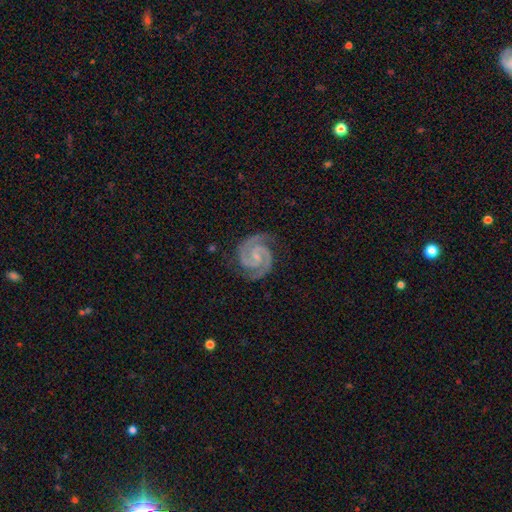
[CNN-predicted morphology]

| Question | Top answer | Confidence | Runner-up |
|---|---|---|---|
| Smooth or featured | featured or disk | 94% | star or artifact (3%) |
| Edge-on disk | no | 98% | yes (2%) |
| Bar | no | 45% | weak (40%) |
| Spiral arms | yes | 99% | no (1%) |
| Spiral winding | tight | 60% | medium (37%) |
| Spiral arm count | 2 | 93% | 3 (3%) |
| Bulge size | small | 60% | none (21%) |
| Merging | none | 83% | minor disturbance (12%) |